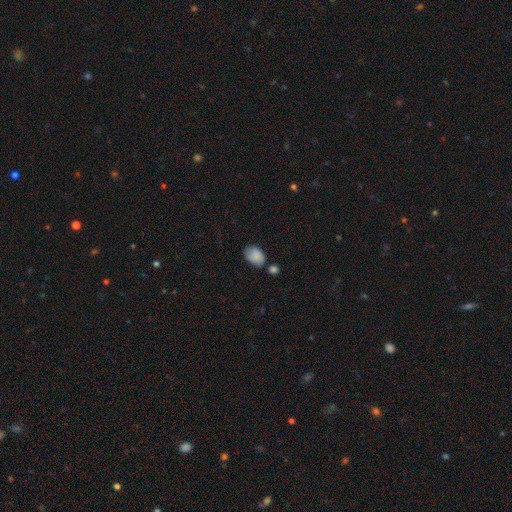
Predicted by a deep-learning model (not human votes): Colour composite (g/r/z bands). It shows a smooth galaxy with no disk features (83%) that is in between round and cigar-shaped (84%). Merging: none (53%).